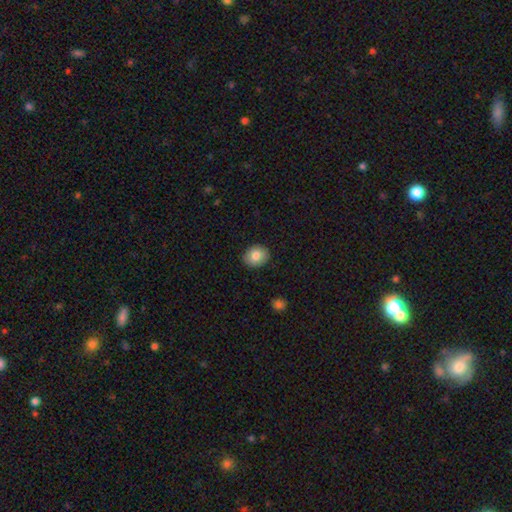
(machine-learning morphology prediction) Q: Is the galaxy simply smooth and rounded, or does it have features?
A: smooth — 82%.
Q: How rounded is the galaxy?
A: round — 61%.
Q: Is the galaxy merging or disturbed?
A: none — 90%.